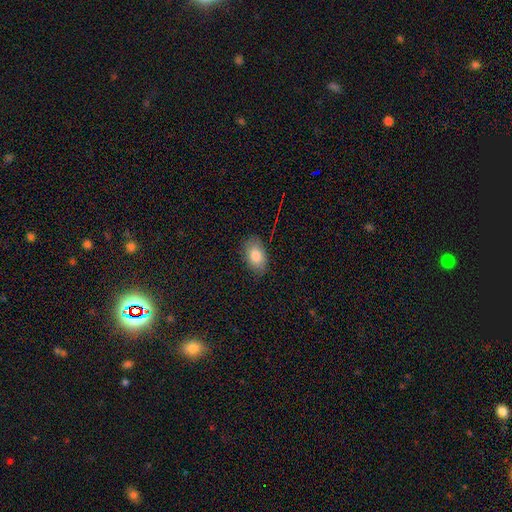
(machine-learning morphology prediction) A smooth galaxy with no disk features (83%) that is in between round and cigar-shaped (89%).

Vote fractions:
- Smooth or featured? smooth: 83% / featured or disk: 10% / star or artifact: 8%
- How rounded? in between: 89% / round: 9% / cigar-shaped: 1%
- Merging? none: 81% / minor disturbance: 15% / major disturbance: 3% / merger: 1%